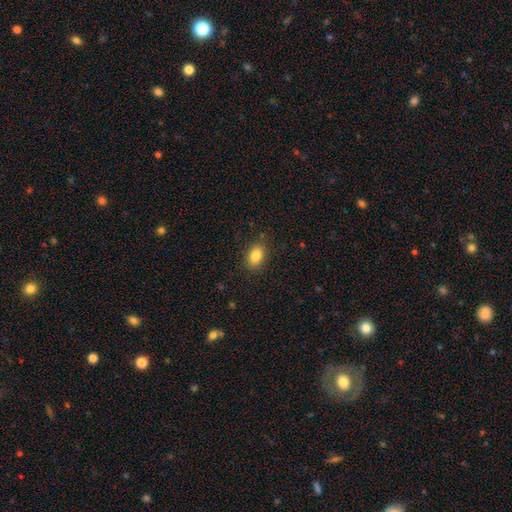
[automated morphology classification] A smooth galaxy with no disk features (85%) that is in between round and cigar-shaped (86%).

Vote fractions:
- Smooth or featured? smooth: 85% / star or artifact: 9% / featured or disk: 7%
- How rounded? in between: 86% / round: 12% / cigar-shaped: 2%
- Merging? none: 87% / minor disturbance: 9% / major disturbance: 3% / merger: 1%